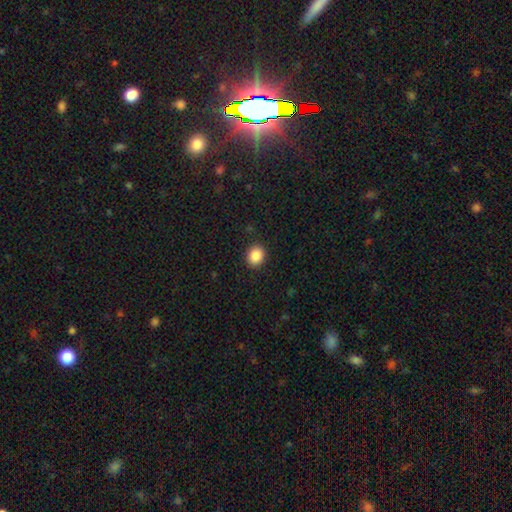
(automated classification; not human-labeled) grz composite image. It shows a smooth galaxy with no disk features (88%) that is round (66%). Merging: none (91%).